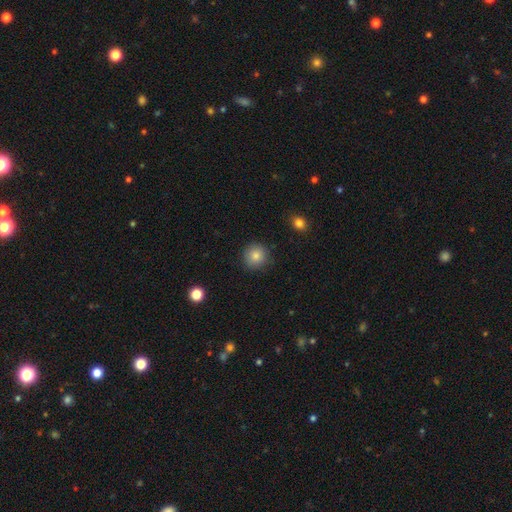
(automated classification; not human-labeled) smooth-or-featured: smooth: 84% | star or artifact: 10% | featured or disk: 7%
  how-rounded: round: 93% | in between: 6% | cigar-shaped: 1%
  merging: none: 88% | minor disturbance: 8% | major disturbance: 2% | merger: 1%